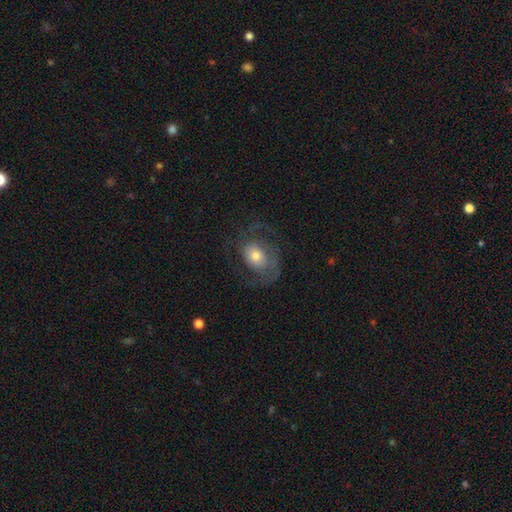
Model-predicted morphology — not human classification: This appears to be a featured or disk galaxy (57%) with no bar (74%), spiral arms (73%) and a moderate central bulge (56%). Merging: none (52%).